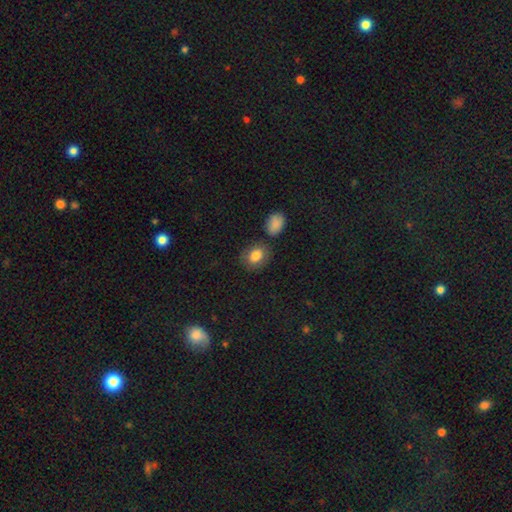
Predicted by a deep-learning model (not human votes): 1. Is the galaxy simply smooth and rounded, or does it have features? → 83% smooth, 9% star or artifact, 8% featured or disk.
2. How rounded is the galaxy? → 60% in between, 39% round, 1% cigar-shaped.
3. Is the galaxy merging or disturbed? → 72% none, 15% minor disturbance, 9% merger, 5% major disturbance.